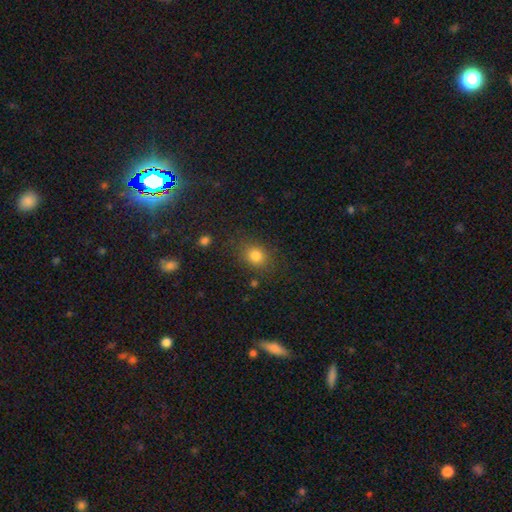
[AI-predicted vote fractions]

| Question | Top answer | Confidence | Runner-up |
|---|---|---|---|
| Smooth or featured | smooth | 81% | star or artifact (12%) |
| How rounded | round | 62% | in between (37%) |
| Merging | none | 80% | minor disturbance (12%) |